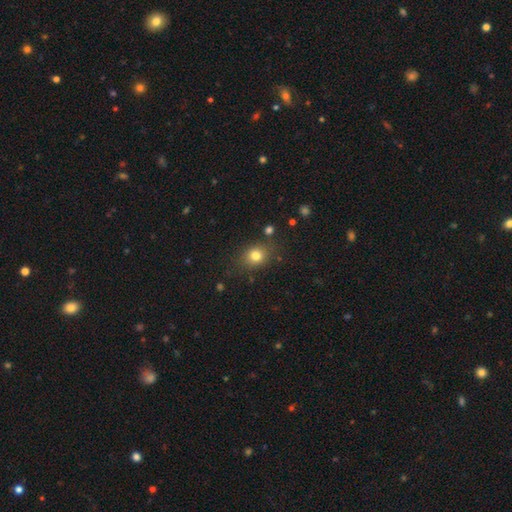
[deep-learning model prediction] This is likely a smooth galaxy (79%). How rounded: possibly round (59%). Merging: clearly none (81%).